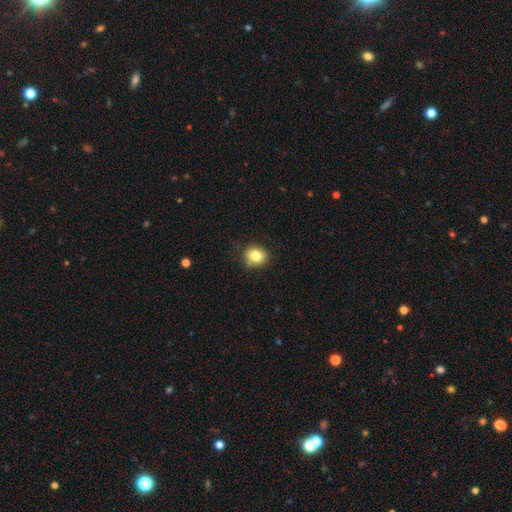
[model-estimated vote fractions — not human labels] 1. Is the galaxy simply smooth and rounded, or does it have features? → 82% smooth, 11% star or artifact, 8% featured or disk.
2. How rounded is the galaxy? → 71% round, 28% in between, 1% cigar-shaped.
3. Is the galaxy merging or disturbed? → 80% none, 14% minor disturbance, 3% major disturbance, 3% merger.